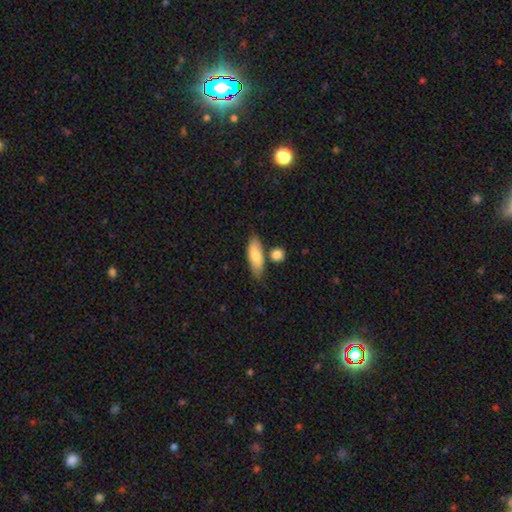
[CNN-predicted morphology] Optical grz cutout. It shows a smooth galaxy with no disk features (76%) that is in between round and cigar-shaped (66%). Merging: none (70%).